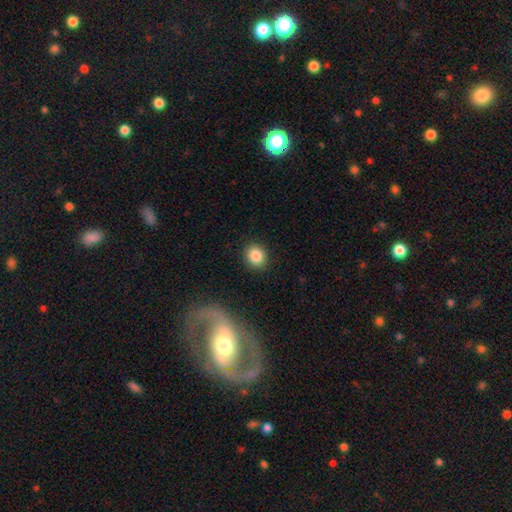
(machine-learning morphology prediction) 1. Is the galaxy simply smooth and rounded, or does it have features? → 85% smooth, 9% star or artifact, 5% featured or disk.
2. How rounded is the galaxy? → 73% round, 26% in between, 1% cigar-shaped.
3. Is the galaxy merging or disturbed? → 90% none, 7% minor disturbance, 2% major disturbance, 1% merger.